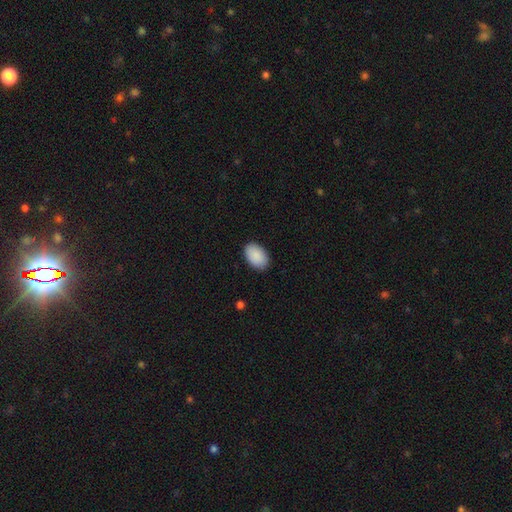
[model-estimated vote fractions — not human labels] A smooth galaxy with no disk features (91%) that is in between round and cigar-shaped (91%). Merging: none (88%).